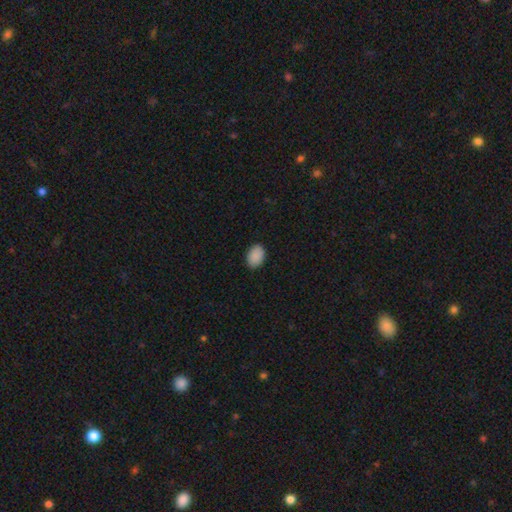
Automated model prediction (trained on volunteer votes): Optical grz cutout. It shows a smooth galaxy with no disk features (90%) that is in between round and cigar-shaped (81%). Merging: none (88%).